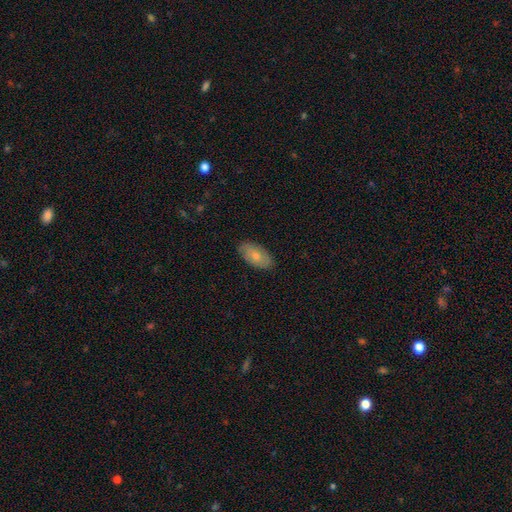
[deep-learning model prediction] Q: Smooth or featured?
A: smooth (70%); runner-up: featured or disk (24%)
Q: How rounded?
A: in between (94%); runner-up: round (3%)
Q: Merging?
A: none (85%); runner-up: minor disturbance (12%)